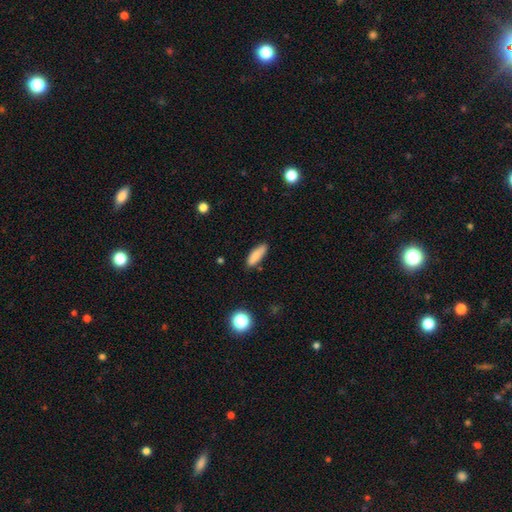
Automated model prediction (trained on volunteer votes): Morphology: type=smooth (81%); roundness=in between (57%); merging=none (78%).